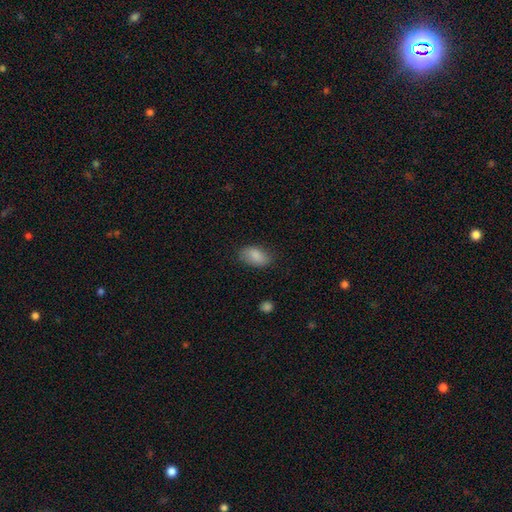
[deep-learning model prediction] Smooth or featured? smooth (85%)
How rounded? in between (92%)
Merging? none (79%)